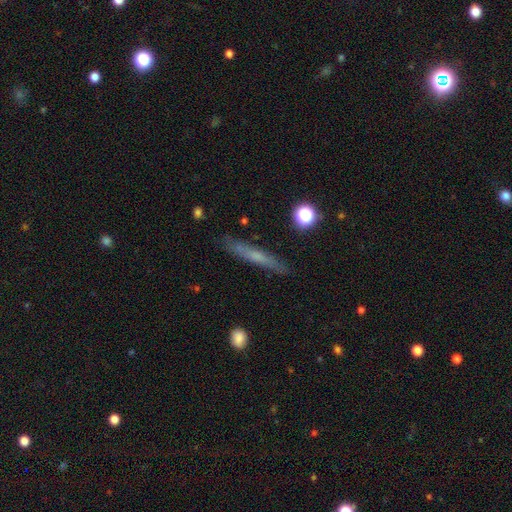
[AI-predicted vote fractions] smooth-or-featured: smooth: 48% | featured or disk: 43% | star or artifact: 8%
  merging: none: 86% | minor disturbance: 10% | major disturbance: 2% | merger: 2%